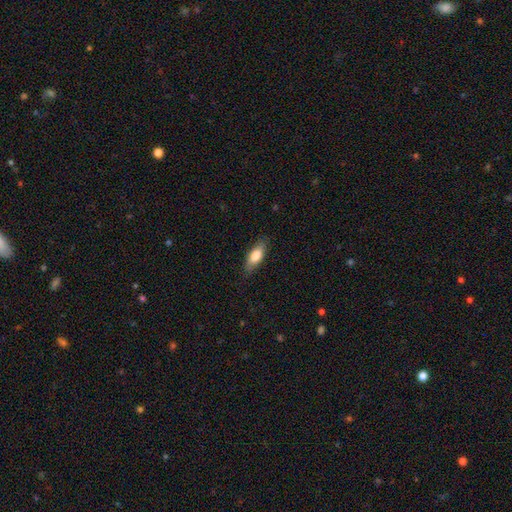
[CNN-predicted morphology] Smooth or featured? Predicted: smooth (p=0.76). How rounded? Predicted: in between (p=0.68). Merging? Predicted: none (p=0.83).